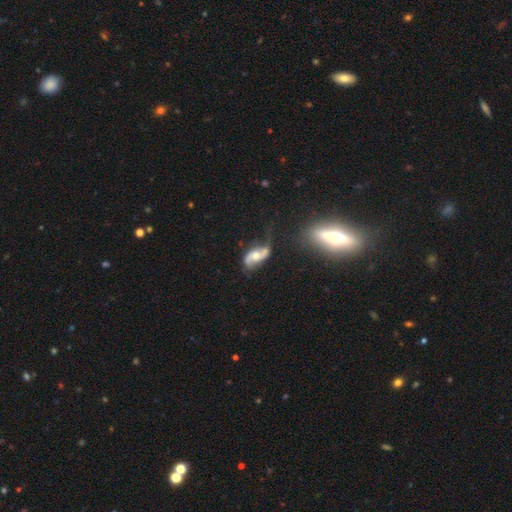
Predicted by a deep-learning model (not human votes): Smooth or featured?
  - featured or disk: 78% *
  - smooth: 15%
  - star or artifact: 7%
Edge-on disk?
  - no: 95% *
  - yes: 5%
Bar?
  - no: 58% *
  - weak: 32%
  - strong: 10%
Spiral arms?
  - yes: 92% *
  - no: 8%
Spiral winding?
  - loose: 66% *
  - medium: 26%
  - tight: 8%
Spiral arm count?
  - 2: 90% *
  - can't tell: 4%
  - 1: 2%
  - 3: 1%
  - 4: 1%
  - more than 4: 1%
Bulge size?
  - moderate: 60% *
  - small: 28%
  - large: 7%
  - none: 4%
  - dominant: 1%
Merging?
  - none: 56% *
  - minor disturbance: 23%
  - major disturbance: 13%
  - merger: 8%